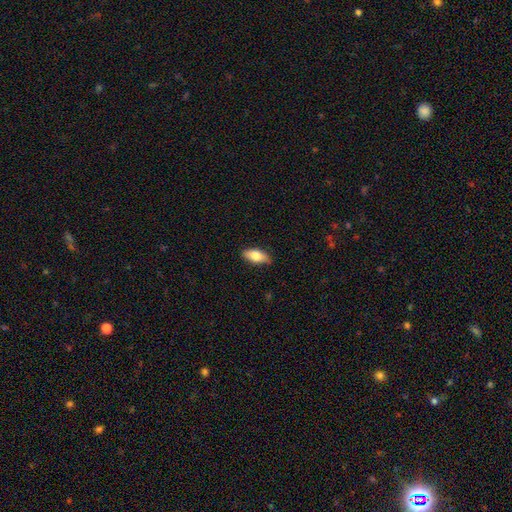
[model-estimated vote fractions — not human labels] smooth_or_featured: smooth (p=0.74) [alt: featured or disk p=0.20]
how_rounded: in between (p=0.86) [alt: cigar-shaped p=0.11]
merging: none (p=0.82) [alt: minor disturbance p=0.15]